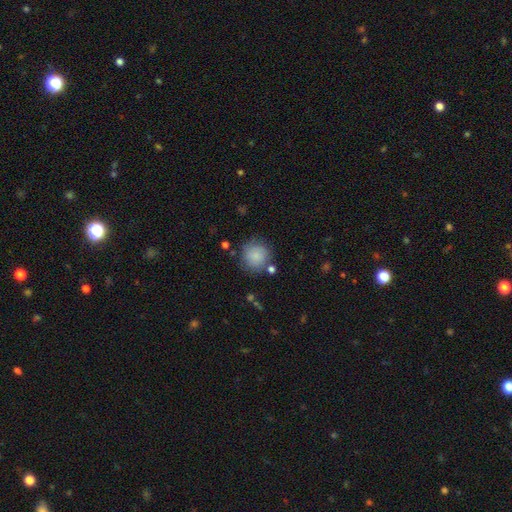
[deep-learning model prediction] This appears to be a smooth galaxy with no disk features (84%) that is round (92%). Merging: none (75%).